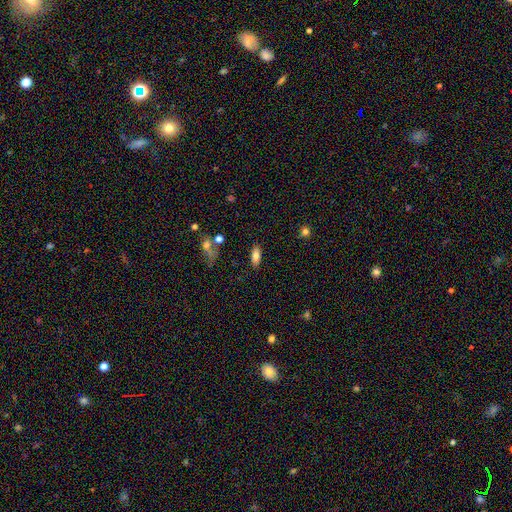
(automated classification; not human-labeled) Smooth or featured? Predicted: smooth (p=0.78). How rounded? Predicted: in between (p=0.78). Merging? Predicted: none (p=0.84).